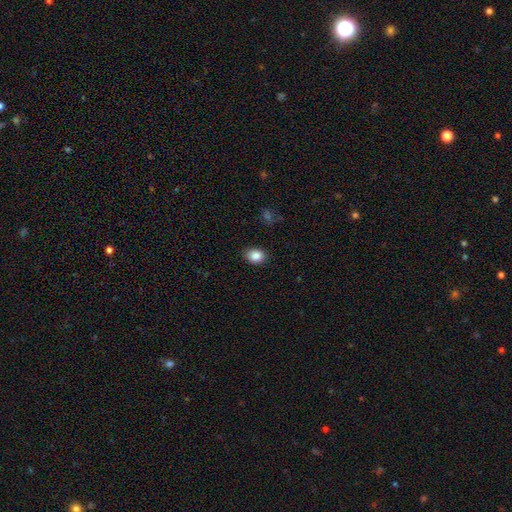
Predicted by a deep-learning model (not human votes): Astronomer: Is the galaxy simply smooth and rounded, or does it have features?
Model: smooth — 87%.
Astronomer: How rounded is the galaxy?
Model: in between — 57% (runner-up: round, 42%).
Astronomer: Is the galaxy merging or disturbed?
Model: none — 88%.